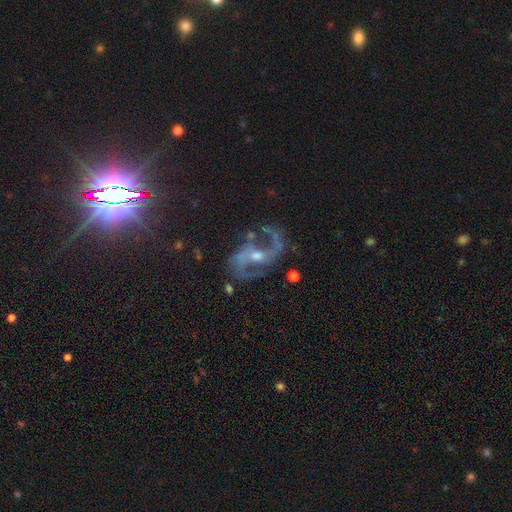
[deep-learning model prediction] Smooth or featured: featured or disk — 89% (star or artifact — 7%)
Edge-on disk: no — 97% (yes — 3%)
Bar: weak — 39% (no — 36%)
Spiral arms: yes — 96% (no — 4%)
Spiral winding: loose — 49% (medium — 42%)
Spiral arm count: 2 — 91% (1 — 2%)
Bulge size: moderate — 60% (small — 33%)
Merging: none — 62% (minor disturbance — 17%)